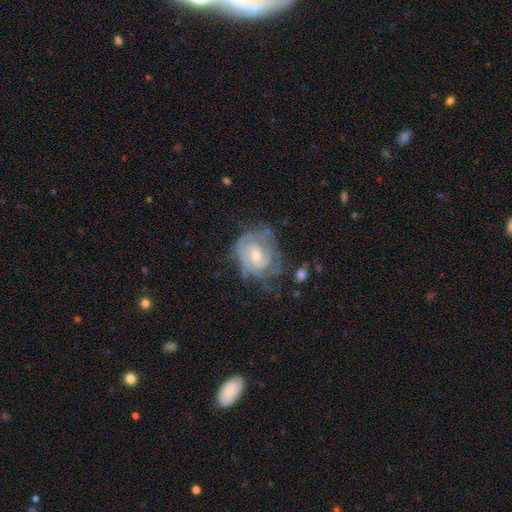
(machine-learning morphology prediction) Smooth or featured?
  - featured or disk: 84% *
  - smooth: 10%
  - star or artifact: 6%
Edge-on disk?
  - no: 97% *
  - yes: 3%
Bar?
  - no: 60% *
  - weak: 32%
  - strong: 8%
Spiral arms?
  - yes: 90% *
  - no: 10%
Spiral winding?
  - tight: 69% *
  - medium: 25%
  - loose: 6%
Spiral arm count?
  - can't tell: 39% *
  - 2: 27%
  - 3: 18%
  - 4: 7%
  - 1: 5%
  - more than 4: 4%
Bulge size?
  - moderate: 51% *
  - small: 46%
  - large: 2%
  - none: 1%
  - dominant: 1%
Merging?
  - none: 55% *
  - minor disturbance: 25%
  - major disturbance: 18%
  - merger: 3%